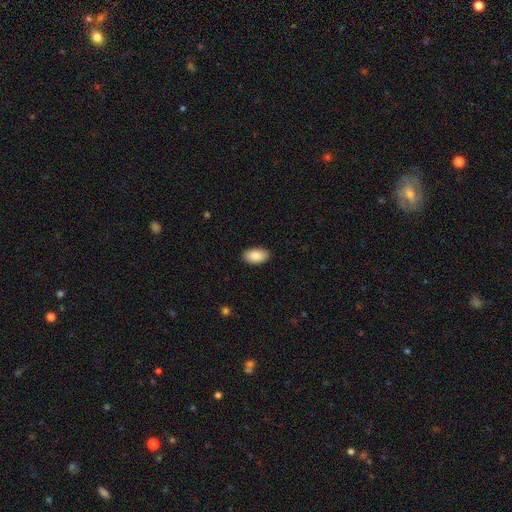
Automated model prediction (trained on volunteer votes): This is clearly a smooth galaxy (88%). How rounded: clearly in between (95%). Merging: clearly none (90%).